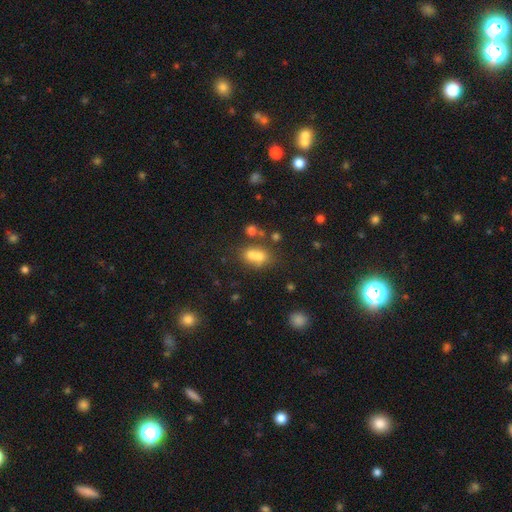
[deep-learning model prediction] The model was most divided on "how rounded": round: 58%, in between: 41%, cigar-shaped: 2%. More confident: smooth or featured — smooth (65%); merging — merger (57%).